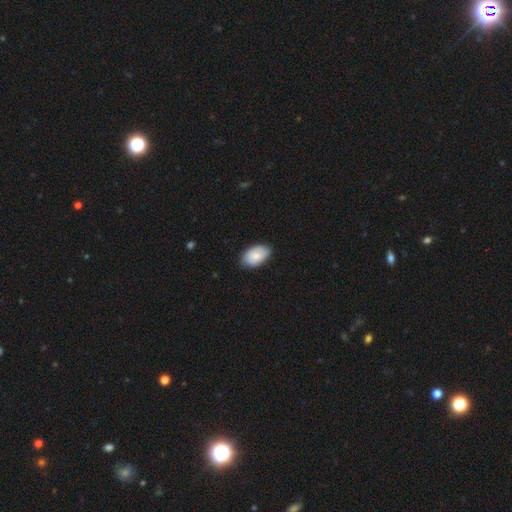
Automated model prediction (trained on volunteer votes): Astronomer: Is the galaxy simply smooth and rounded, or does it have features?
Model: smooth — 82%.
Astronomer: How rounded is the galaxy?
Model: in between — 93%.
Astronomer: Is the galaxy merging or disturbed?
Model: none — 83%.